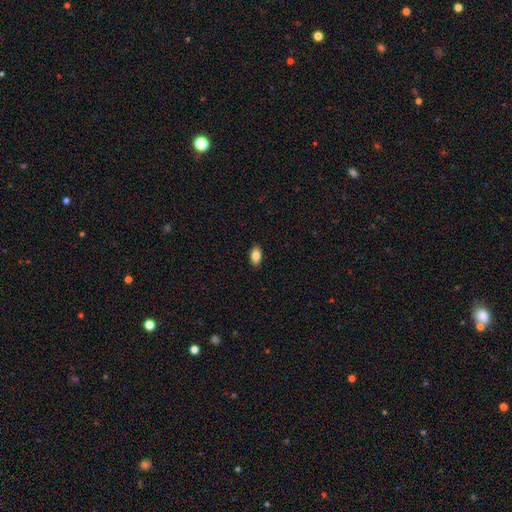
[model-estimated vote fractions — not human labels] Smooth or featured? smooth (85%)
How rounded? in between (91%)
Merging? none (90%)